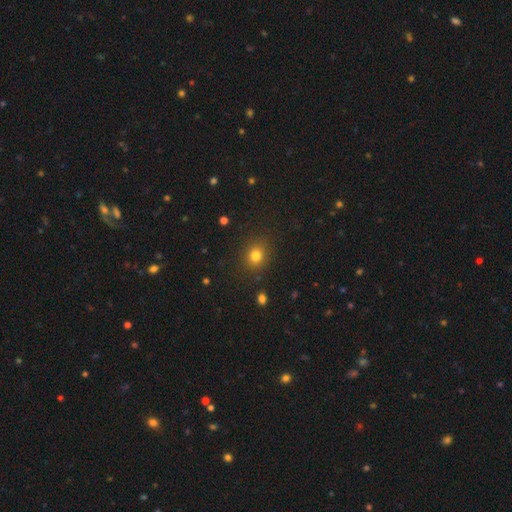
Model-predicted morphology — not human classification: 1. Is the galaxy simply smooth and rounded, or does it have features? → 80% smooth, 14% star or artifact, 6% featured or disk.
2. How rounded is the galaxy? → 77% round, 22% in between, 1% cigar-shaped.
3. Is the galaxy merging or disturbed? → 87% none, 9% minor disturbance, 3% major disturbance, 2% merger.